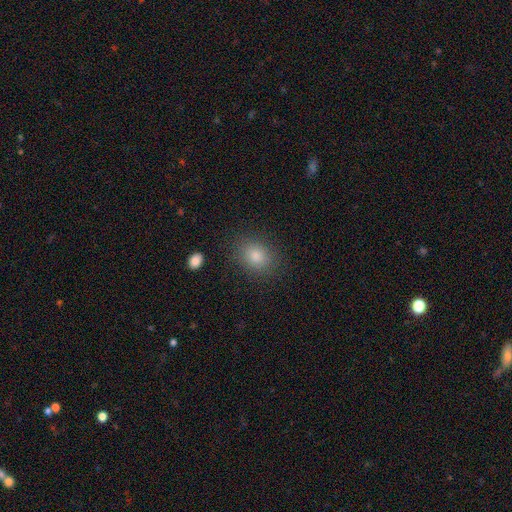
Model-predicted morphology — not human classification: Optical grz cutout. It shows a smooth galaxy with no disk features (81%) that is in between round and cigar-shaped (52%). Merging: none (87%).